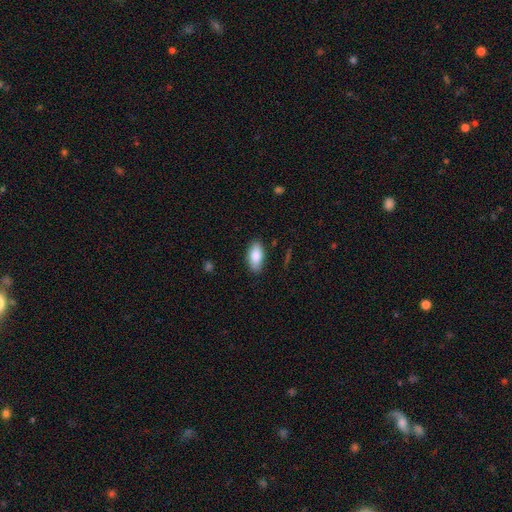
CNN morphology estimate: Overall: smooth (86%). How rounded: in between (90%). Merging: none (87%).